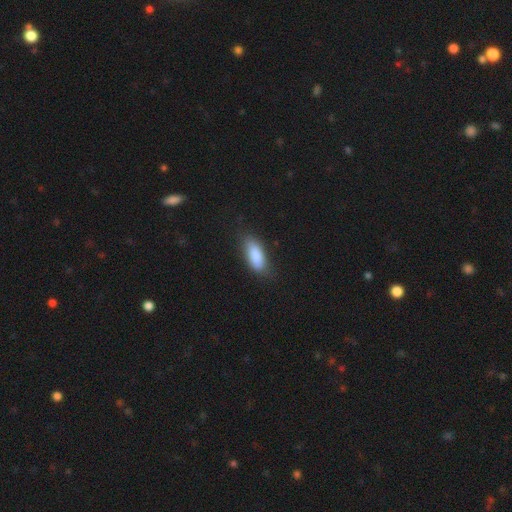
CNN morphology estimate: Overall: smooth (87%). How rounded: in between (78%). Merging: none (78%).